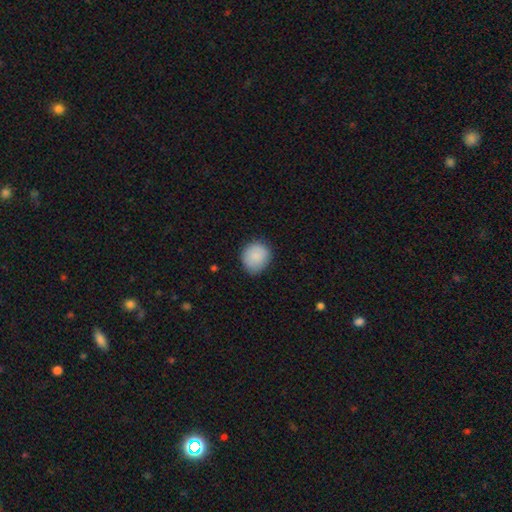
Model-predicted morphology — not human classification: The model was most divided on "how rounded": round: 79%, in between: 20%, cigar-shaped: 1%. More confident: smooth or featured — smooth (88%); merging — none (81%).